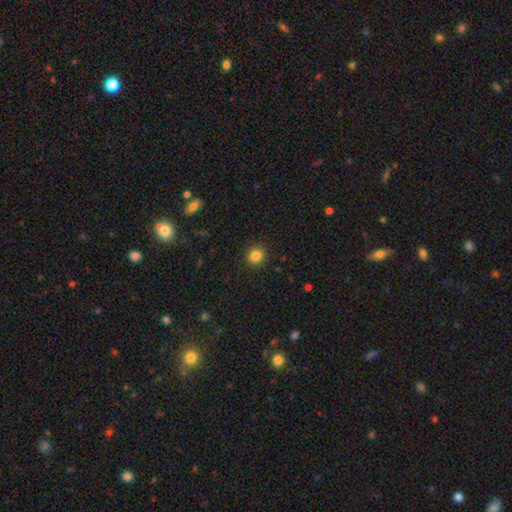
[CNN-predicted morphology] type=smooth (84%); roundness=round (85%); merging=none (91%).